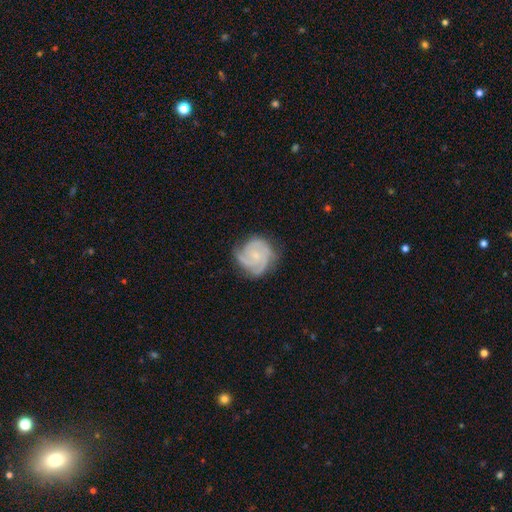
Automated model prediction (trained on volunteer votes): A featured or disk galaxy (86%) with no bar (72%), 3 (59%) tight (62%) spiral arms (98%) and a small central bulge (71%).

Vote fractions:
- Smooth or featured? featured or disk: 86% / smooth: 9% / star or artifact: 5%
- Edge-on disk? no: 98% / yes: 2%
- Bar? no: 72% / weak: 24% / strong: 4%
- Spiral arms? yes: 98% / no: 2%
- Spiral winding? tight: 62% / medium: 33% / loose: 5%
- Spiral arm count? 3: 59% / 2: 17% / can't tell: 9% / 4: 8% / 1: 4% / more than 4: 4%
- Bulge size? small: 71% / moderate: 18% / none: 9% / large: 1% / dominant: 1%
- Merging? none: 71% / minor disturbance: 21% / major disturbance: 7% / merger: 1%